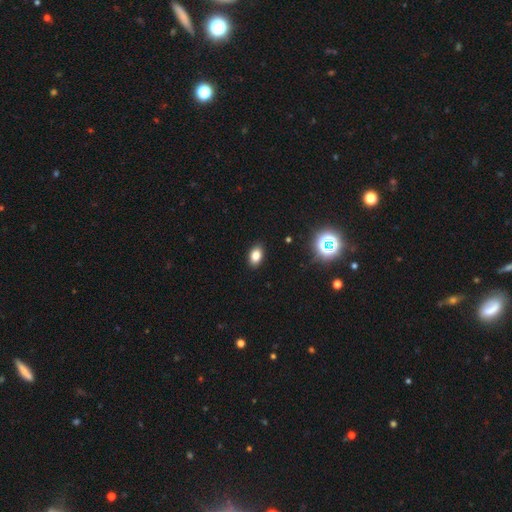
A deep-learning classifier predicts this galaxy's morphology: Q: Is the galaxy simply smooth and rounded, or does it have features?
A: smooth — 81%.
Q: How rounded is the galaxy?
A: in between — 86%.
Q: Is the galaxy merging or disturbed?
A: none — 89%.